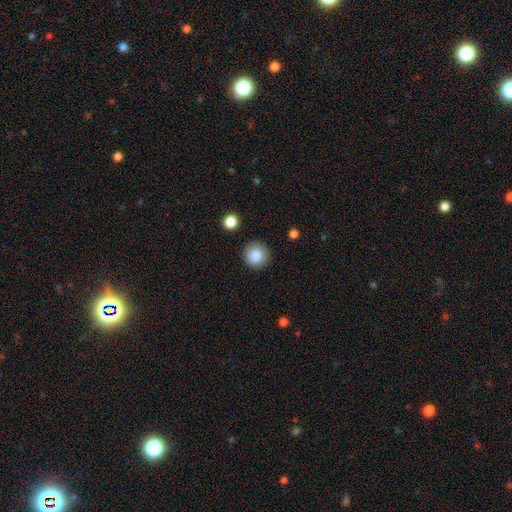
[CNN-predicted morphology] Overall: smooth (86%). How rounded: round (94%). Merging: none (89%).